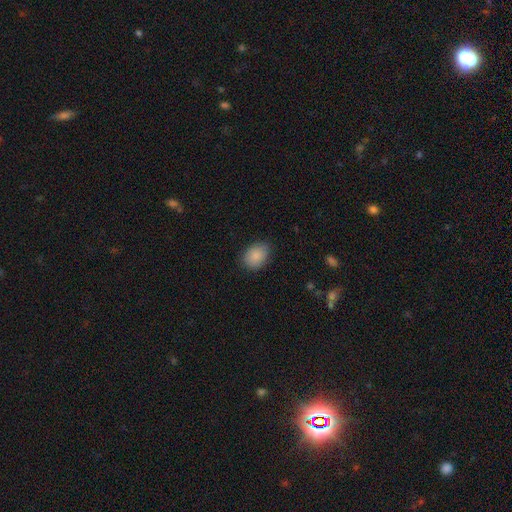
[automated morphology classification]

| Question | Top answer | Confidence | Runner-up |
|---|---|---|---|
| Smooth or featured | smooth | 88% | star or artifact (7%) |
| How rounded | in between | 71% | round (28%) |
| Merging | none | 84% | minor disturbance (12%) |